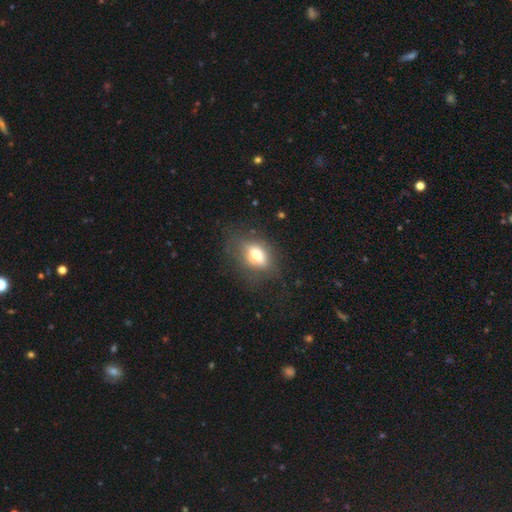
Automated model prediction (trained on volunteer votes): Smooth or featured? Predicted: smooth (p=0.61). How rounded? Predicted: in between (p=0.71). Merging? Predicted: none (p=0.64).